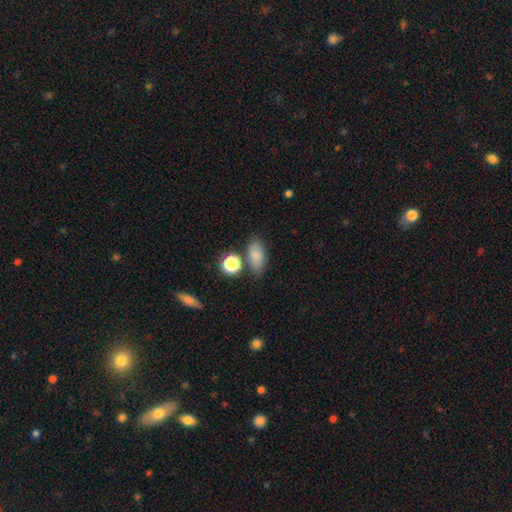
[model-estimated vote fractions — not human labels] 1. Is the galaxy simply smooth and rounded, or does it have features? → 83% smooth, 9% star or artifact, 7% featured or disk.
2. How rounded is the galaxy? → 85% in between, 9% round, 6% cigar-shaped.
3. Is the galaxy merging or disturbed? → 71% none, 14% minor disturbance, 10% merger, 4% major disturbance.